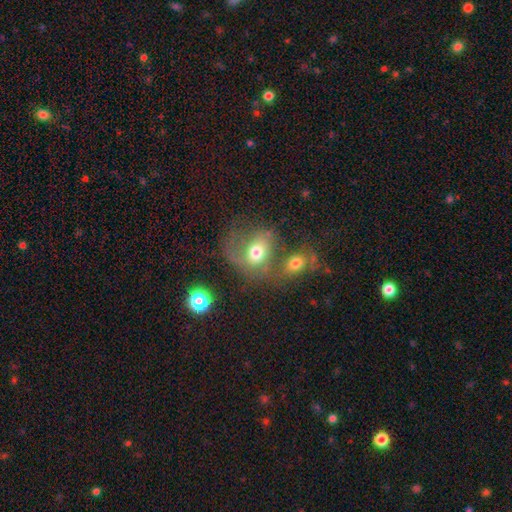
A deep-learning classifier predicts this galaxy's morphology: smooth_or_featured: smooth (p=0.50) [alt: featured or disk p=0.37]
how_rounded: in between (p=0.50) [alt: round p=0.48]
merging: merger (p=0.42) [alt: none p=0.24]